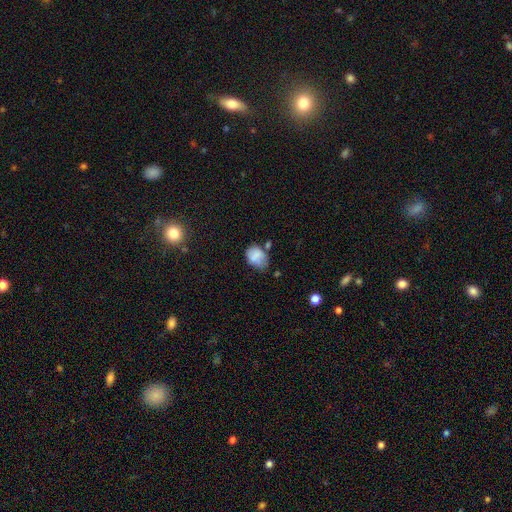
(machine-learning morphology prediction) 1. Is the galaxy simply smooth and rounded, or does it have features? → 72% smooth, 17% featured or disk, 11% star or artifact.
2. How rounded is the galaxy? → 61% in between, 38% round, 1% cigar-shaped.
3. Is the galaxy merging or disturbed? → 39% none, 35% minor disturbance, 16% major disturbance, 10% merger.